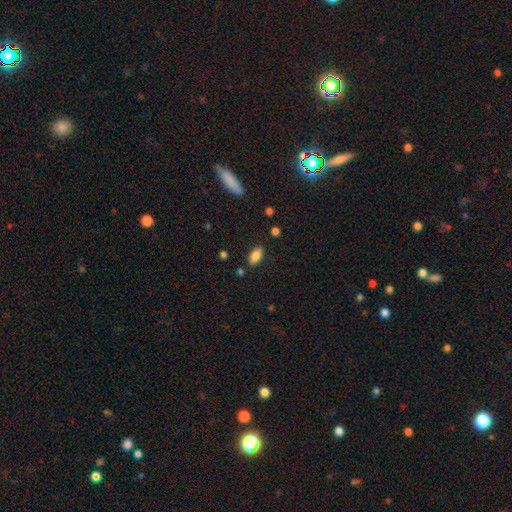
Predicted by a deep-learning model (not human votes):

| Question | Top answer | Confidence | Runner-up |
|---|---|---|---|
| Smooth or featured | smooth | 85% | star or artifact (8%) |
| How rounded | in between | 89% | cigar-shaped (9%) |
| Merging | none | 85% | minor disturbance (10%) |